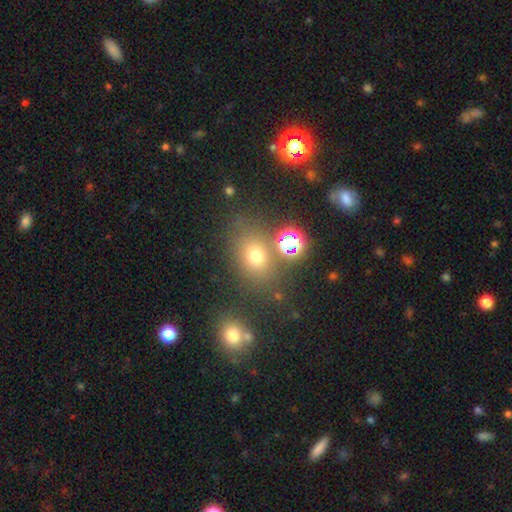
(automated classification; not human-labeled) This is likely a smooth galaxy (66%). How rounded: possibly in between (49%, tied with round). Merging: likely none (70%).